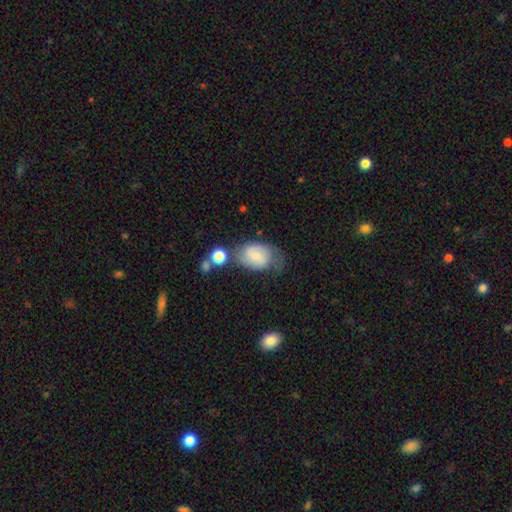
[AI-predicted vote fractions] This is possibly a smooth galaxy (58%). How rounded: likely in between (79%). Merging: marginally none (43%).